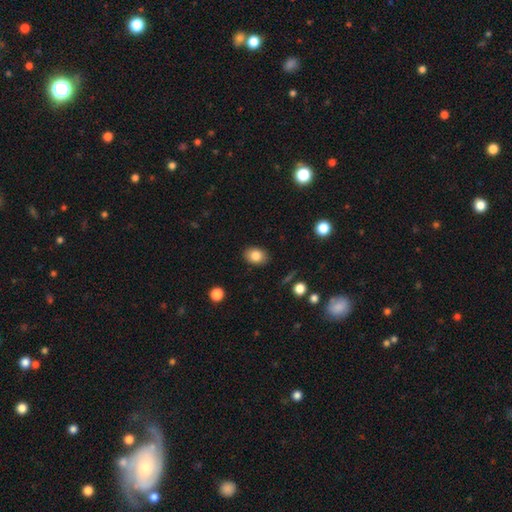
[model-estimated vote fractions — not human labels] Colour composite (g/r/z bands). It shows a smooth galaxy with no disk features (83%) that is in between round and cigar-shaped (69%). Merging: none (87%).